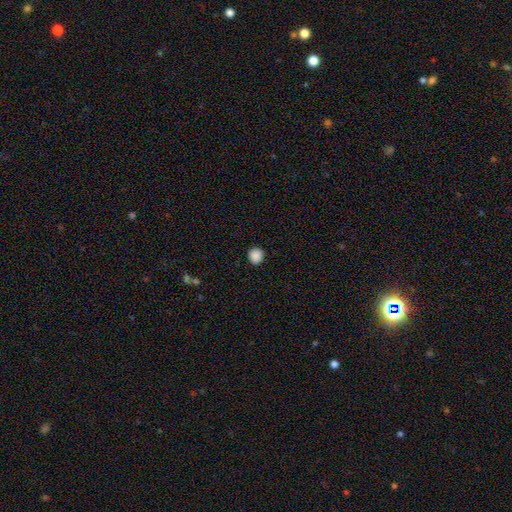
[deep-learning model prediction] smooth_or_featured: smooth (p=0.88) [alt: star or artifact p=0.09]
how_rounded: round (p=0.89) [alt: in between p=0.10]
merging: none (p=0.92) [alt: minor disturbance p=0.05]